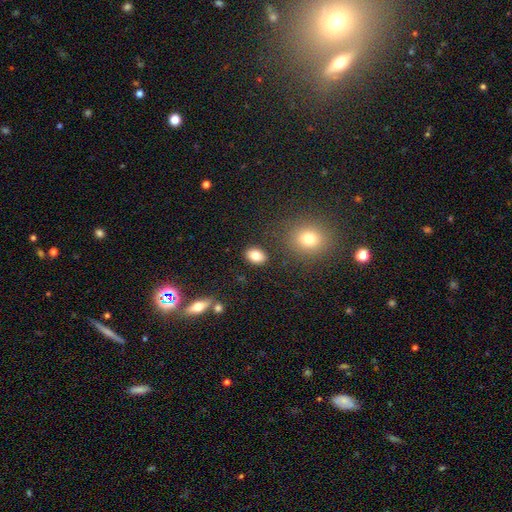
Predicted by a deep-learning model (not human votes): Overall: smooth (82%). How rounded: in between (75%). Merging: none (85%).